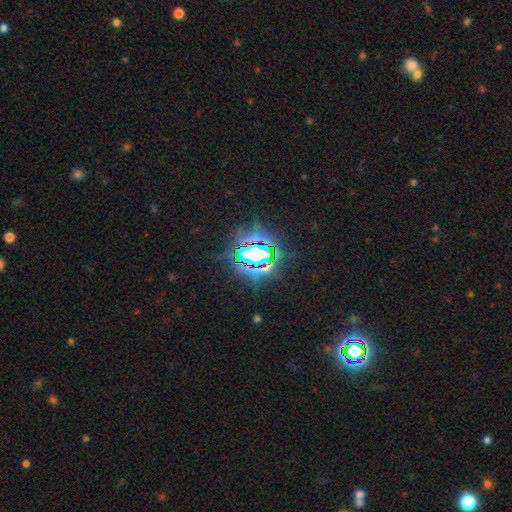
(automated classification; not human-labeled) A star or artifact, not a galaxy (80%).